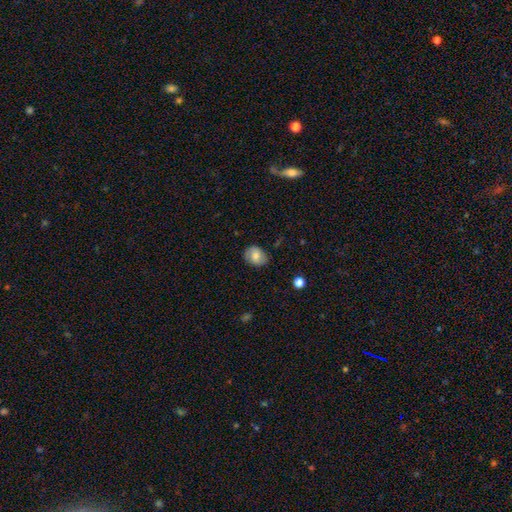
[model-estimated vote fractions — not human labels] A smooth galaxy with no disk features (65%) that is in between round and cigar-shaped (56%).

Vote fractions:
- Smooth or featured? smooth: 65% / featured or disk: 26% / star or artifact: 9%
- How rounded? in between: 56% / round: 43% / cigar-shaped: 1%
- Merging? none: 76% / minor disturbance: 18% / major disturbance: 4% / merger: 1%